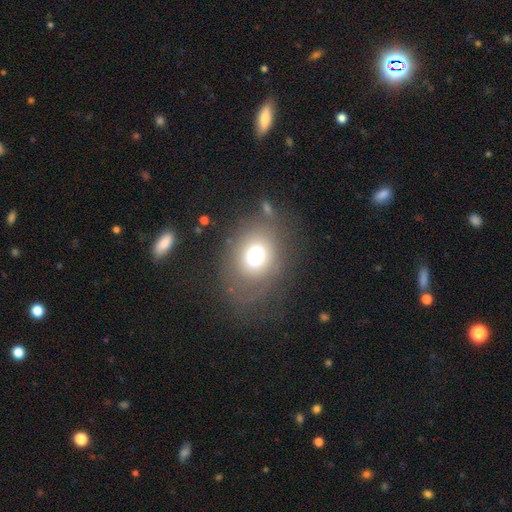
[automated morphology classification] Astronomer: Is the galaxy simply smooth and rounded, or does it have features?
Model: smooth — 65%.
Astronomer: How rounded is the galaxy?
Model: in between — 50% (runner-up: round, 49%).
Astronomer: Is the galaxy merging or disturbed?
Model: none — 62%.